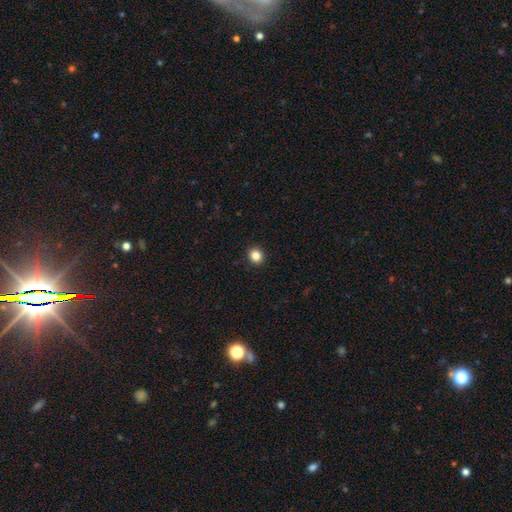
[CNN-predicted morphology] Overall: smooth (84%). How rounded: round (78%). Merging: none (92%).